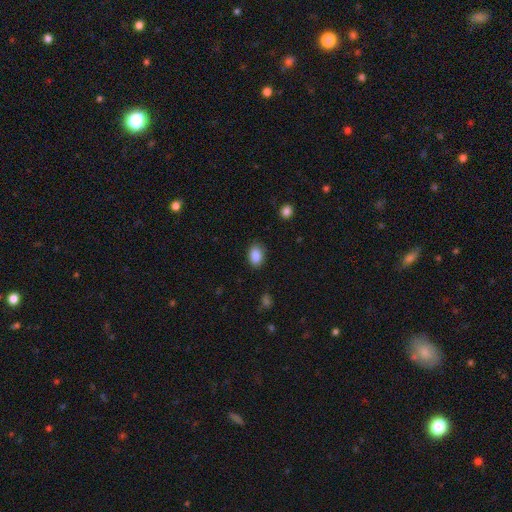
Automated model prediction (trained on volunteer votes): Overall: smooth (88%). How rounded: in between (85%). Merging: none (82%).